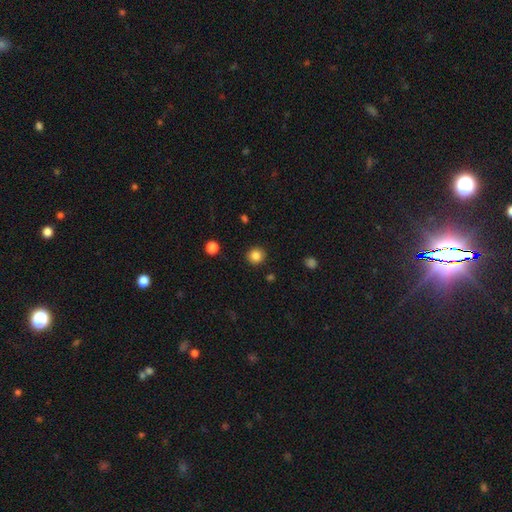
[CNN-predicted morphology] Smooth or featured: smooth — 85% (star or artifact — 11%)
How rounded: round — 92% (in between — 7%)
Merging: none — 91% (minor disturbance — 6%)